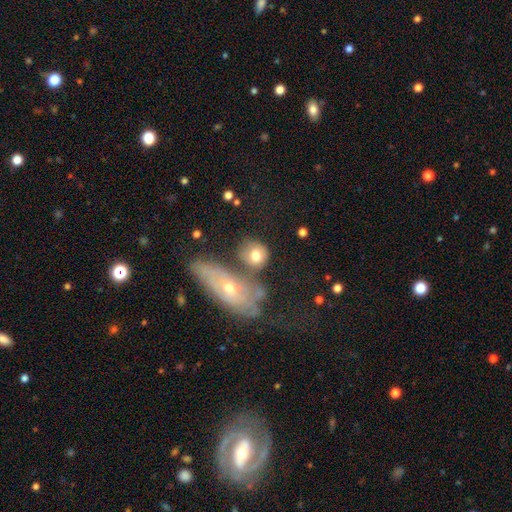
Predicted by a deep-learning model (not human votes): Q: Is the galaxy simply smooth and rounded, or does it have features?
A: smooth — 67%.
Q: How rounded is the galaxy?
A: round — 70%.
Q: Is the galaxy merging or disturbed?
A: none — 48%.